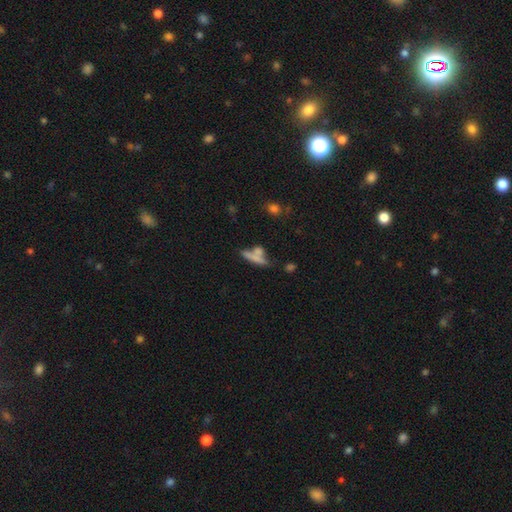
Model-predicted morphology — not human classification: smooth_or_featured: smooth (p=0.65) [alt: featured or disk p=0.24]
how_rounded: cigar-shaped (p=0.62) [alt: in between p=0.32]
merging: none (p=0.40) [tied with: merger p=0.40]